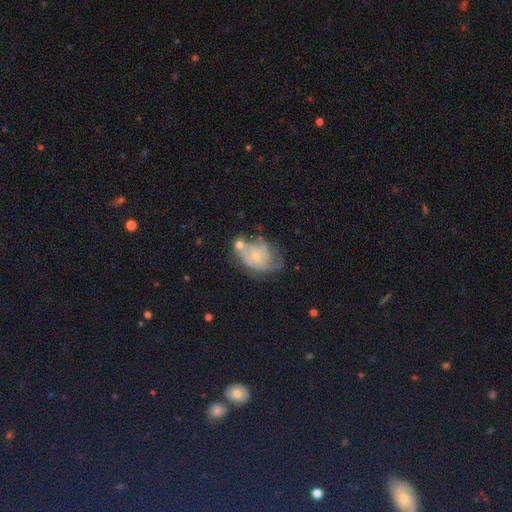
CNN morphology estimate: This appears to be a featured or disk galaxy (64%) with no bar (80%), spiral arms (72%) and a small central bulge (60%). Merging: none (34%).